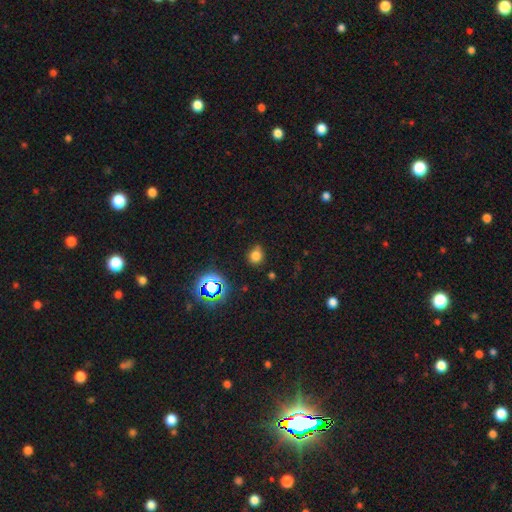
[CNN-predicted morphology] smooth_or_featured: smooth (p=0.73) [alt: star or artifact p=0.21]
how_rounded: round (p=0.76) [alt: in between p=0.23]
merging: none (p=0.74) [alt: minor disturbance p=0.18]